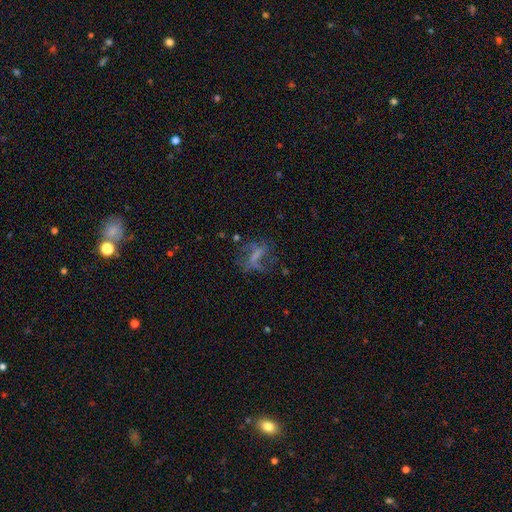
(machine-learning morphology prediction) A featured or disk galaxy (52%). Merging: none (46%).